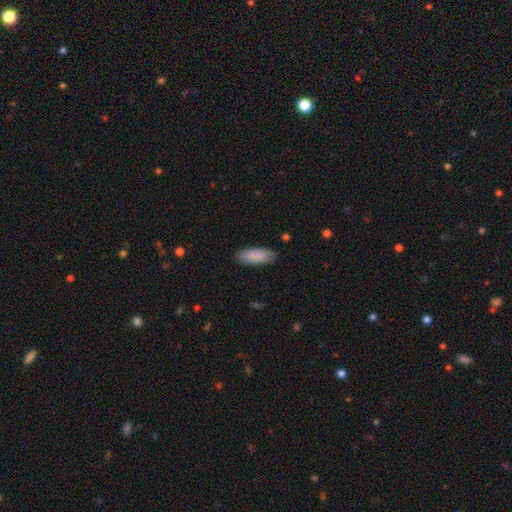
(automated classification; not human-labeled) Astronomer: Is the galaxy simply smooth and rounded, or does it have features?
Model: smooth — 82%.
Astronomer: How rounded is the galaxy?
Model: in between — 75%.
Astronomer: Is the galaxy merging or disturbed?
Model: none — 86%.